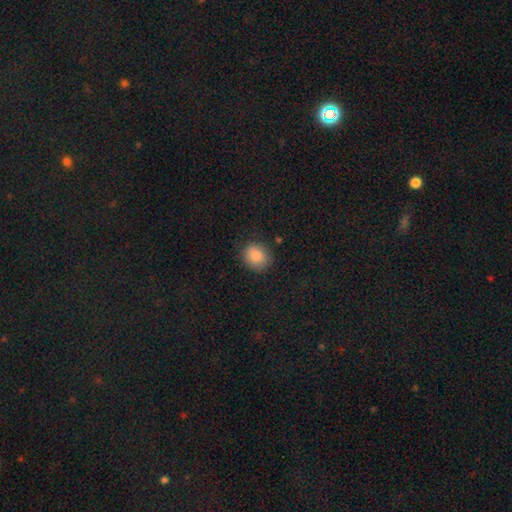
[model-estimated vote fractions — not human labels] Morphology: type=smooth (88%); roundness=round (70%); merging=none (82%).